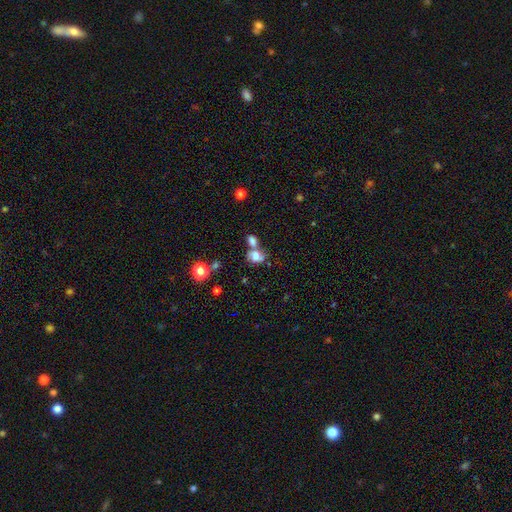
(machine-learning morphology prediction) smooth-or-featured: smooth: 69% | featured or disk: 19% | star or artifact: 12%
  how-rounded: in between: 58% | round: 40% | cigar-shaped: 2%
  merging: merger: 46% | none: 34% | minor disturbance: 13% | major disturbance: 6%